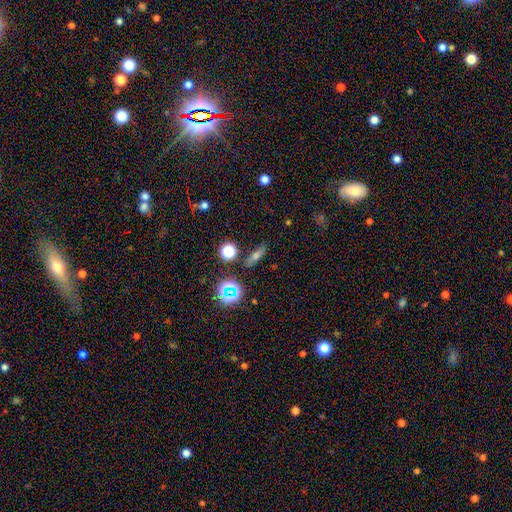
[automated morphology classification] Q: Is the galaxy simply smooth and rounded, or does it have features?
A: smooth — 58%.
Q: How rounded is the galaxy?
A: cigar-shaped — 45%.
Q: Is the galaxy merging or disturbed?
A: none — 80%.